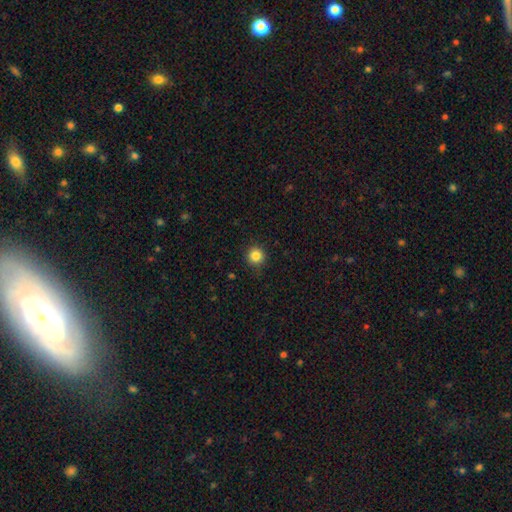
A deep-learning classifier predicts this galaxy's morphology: The model was most divided on "smooth or featured": smooth: 84%, star or artifact: 11%, featured or disk: 5%. More confident: how rounded — round (94%); merging — none (90%).